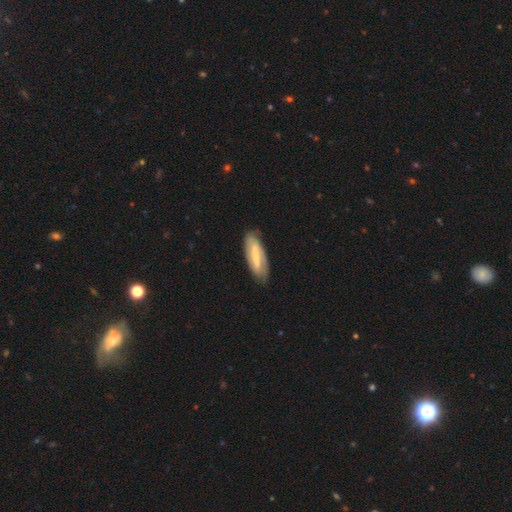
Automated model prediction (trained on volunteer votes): This is possibly a featured or disk galaxy (54%). It is clearly not viewed edge-on (81%). Merging: likely none (77%).